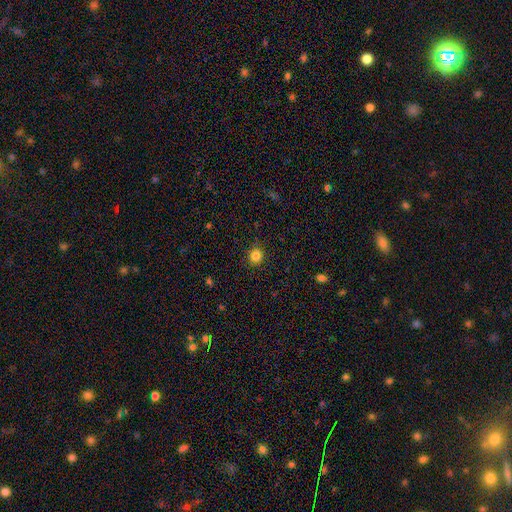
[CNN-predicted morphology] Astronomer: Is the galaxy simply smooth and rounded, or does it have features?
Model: smooth — 83%.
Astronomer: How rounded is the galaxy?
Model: round — 87%.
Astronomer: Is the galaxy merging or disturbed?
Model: none — 90%.